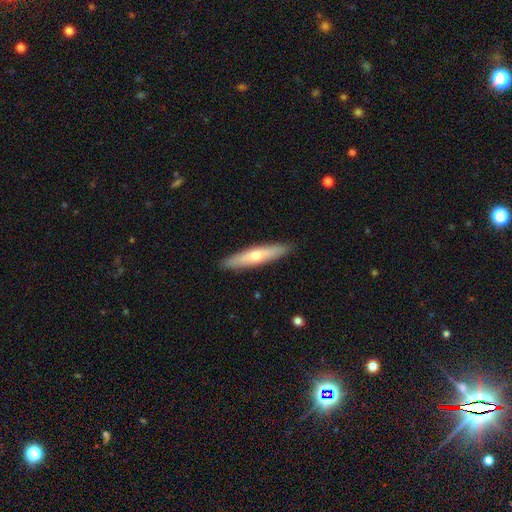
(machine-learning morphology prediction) Q: Smooth or featured?
A: smooth (50%); runner-up: featured or disk (45%)
Q: Merging?
A: none (90%); runner-up: minor disturbance (7%)